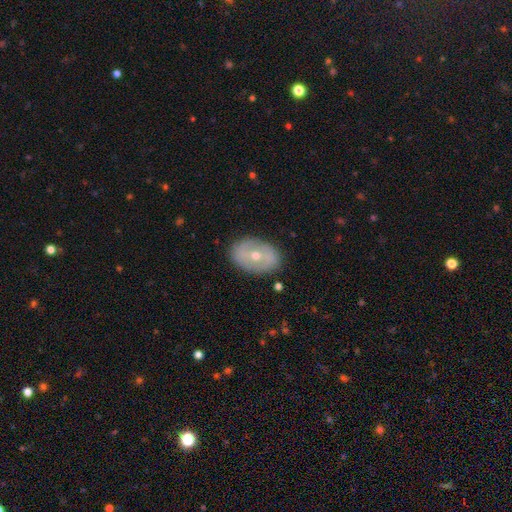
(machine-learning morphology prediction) Smooth or featured?
  - featured or disk: 54% *
  - smooth: 39%
  - star or artifact: 7%
Edge-on disk?
  - no: 92% *
  - yes: 8%
Merging?
  - none: 85% *
  - minor disturbance: 11%
  - major disturbance: 3%
  - merger: 1%